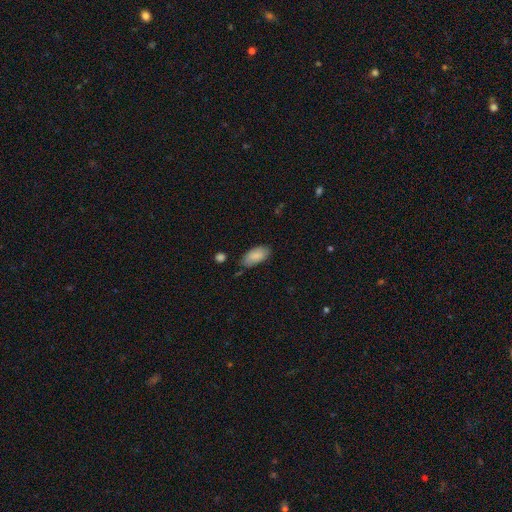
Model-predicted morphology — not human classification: The model was most divided on "merging": none: 72%, minor disturbance: 20%, major disturbance: 4%, merger: 3%. More confident: how rounded — in between (92%); smooth or featured — smooth (87%).